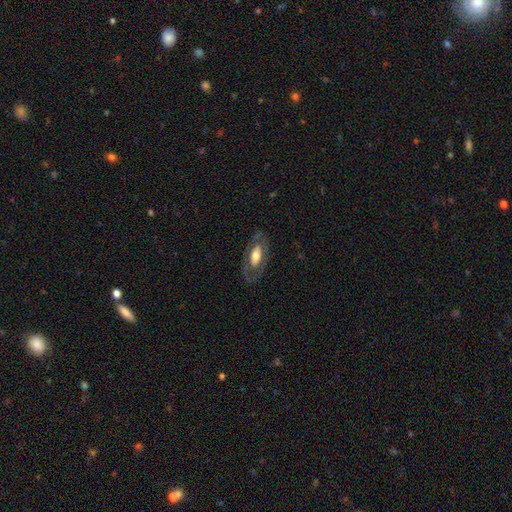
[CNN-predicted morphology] type=featured or disk (55%); edge-on=no (86%); merging=none (77%).